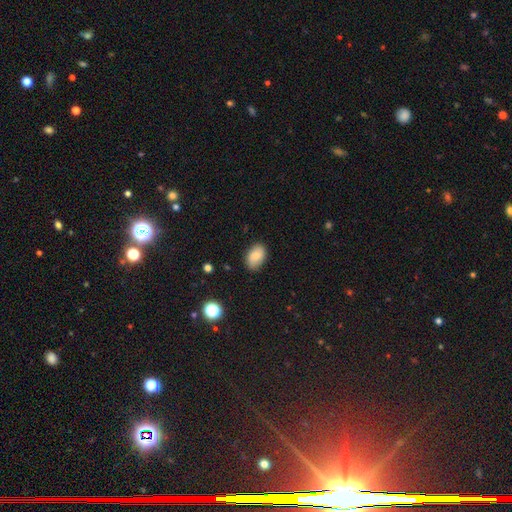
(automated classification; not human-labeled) Smooth or featured? smooth (82%)
How rounded? in between (89%)
Merging? none (80%)